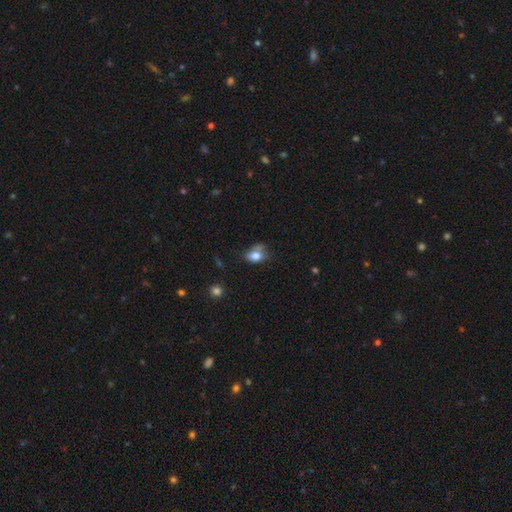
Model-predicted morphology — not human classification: This is likely a smooth galaxy (77%). How rounded: likely in between (71%). Merging: marginally none (39%).